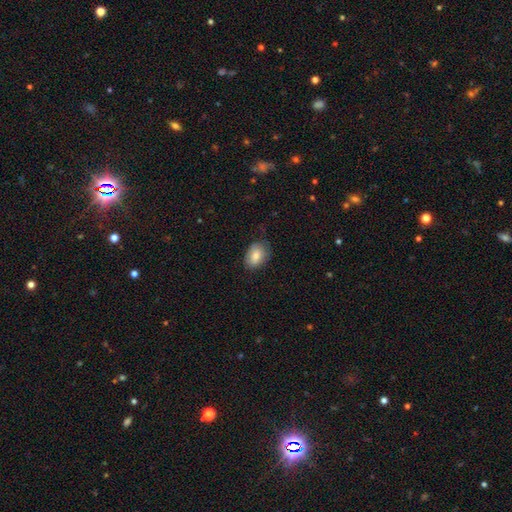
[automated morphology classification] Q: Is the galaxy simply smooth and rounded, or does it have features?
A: smooth — 81%.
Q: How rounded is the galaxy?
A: in between — 81%.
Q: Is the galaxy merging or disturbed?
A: none — 73%.